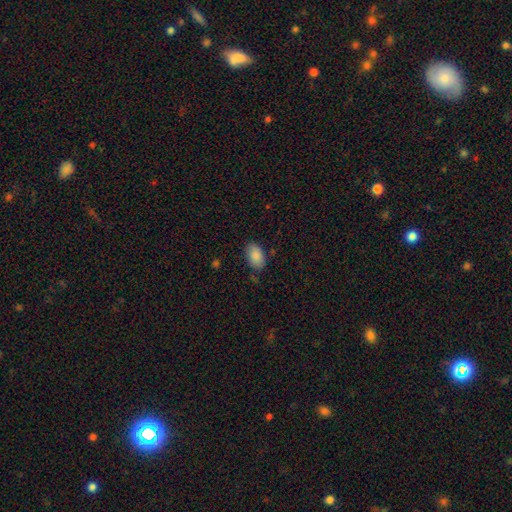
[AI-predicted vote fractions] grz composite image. It shows a smooth galaxy with no disk features (88%) that is in between round and cigar-shaped (91%). Merging: none (78%).